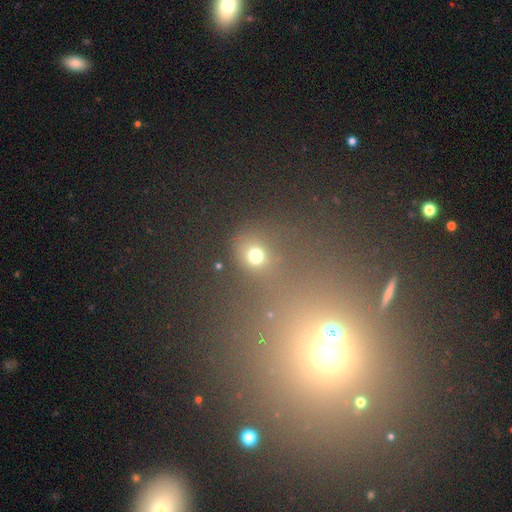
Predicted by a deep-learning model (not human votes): This is likely a smooth galaxy (66%). How rounded: clearly round (80%). Merging: likely none (72%).